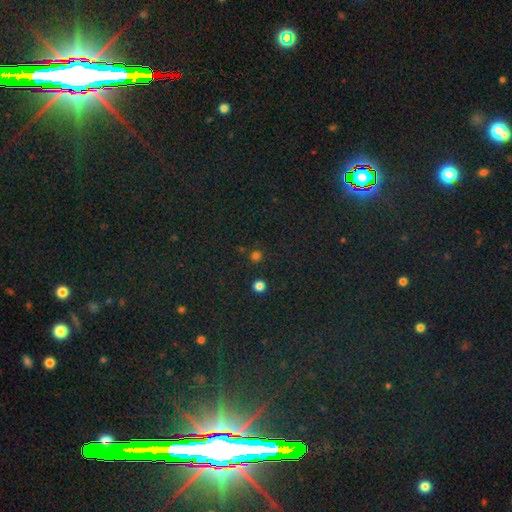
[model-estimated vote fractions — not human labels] Smooth or featured? Predicted: smooth (p=0.71). How rounded? Predicted: round (p=0.92). Merging? Predicted: none (p=0.84).